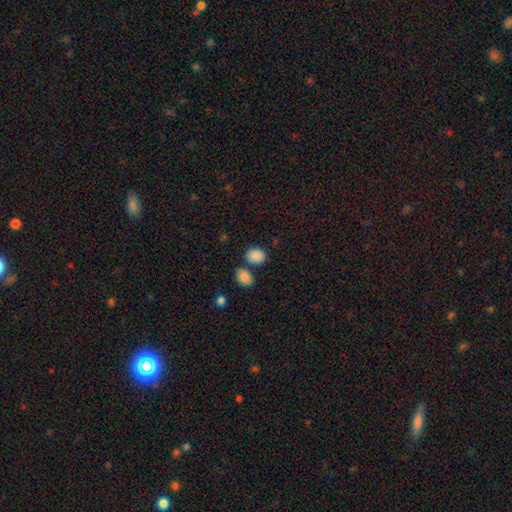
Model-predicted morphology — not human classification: Smooth or featured: smooth — 88% (star or artifact — 9%)
How rounded: in between — 60% (round — 39%)
Merging: none — 70% (merger — 15%)